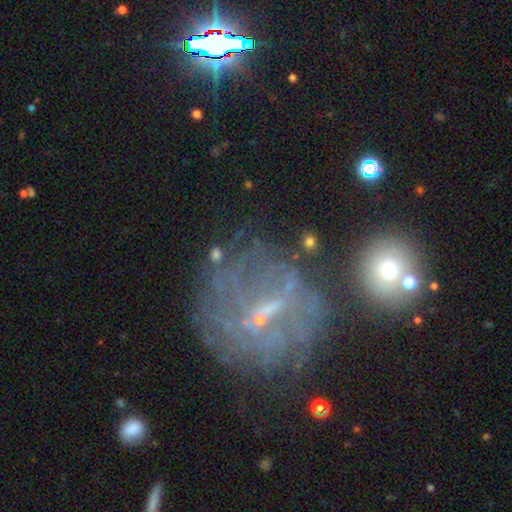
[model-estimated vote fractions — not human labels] Smooth or featured? Predicted: featured or disk (p=0.60). Edge-on disk? Predicted: no (p=0.96). Bar? Predicted: no (p=0.44). Spiral arms? Predicted: yes (p=0.51). Bulge size? Predicted: small (p=0.48). Merging? Predicted: none (p=0.54).